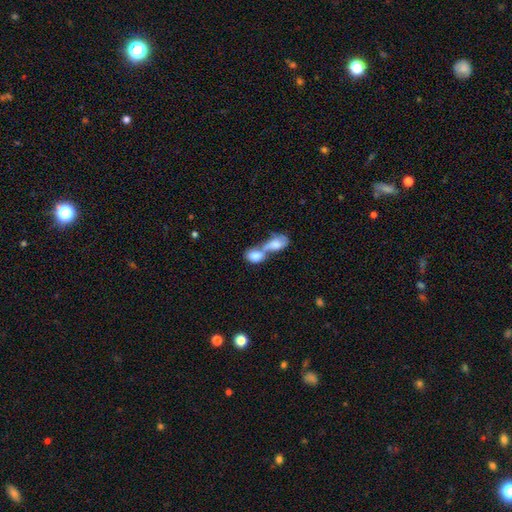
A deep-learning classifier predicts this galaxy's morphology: A smooth galaxy with no disk features (76%) that is in between round and cigar-shaped (77%).

Vote fractions:
- Smooth or featured? smooth: 76% / featured or disk: 17% / star or artifact: 7%
- How rounded? in between: 77% / round: 19% / cigar-shaped: 4%
- Merging? merger: 79% / none: 12% / minor disturbance: 5% / major disturbance: 4%